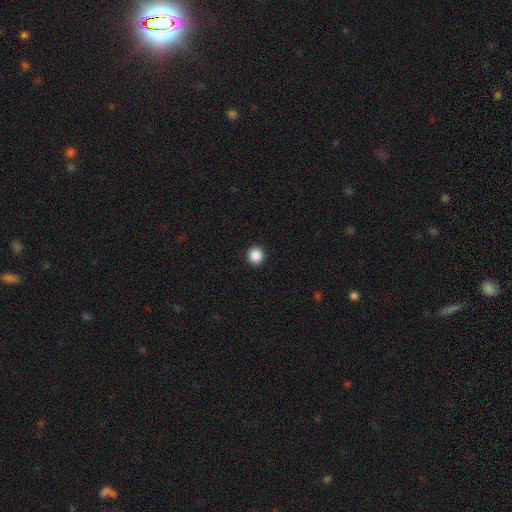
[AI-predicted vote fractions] A smooth galaxy with no disk features (88%) that is round (94%). Merging: none (93%).